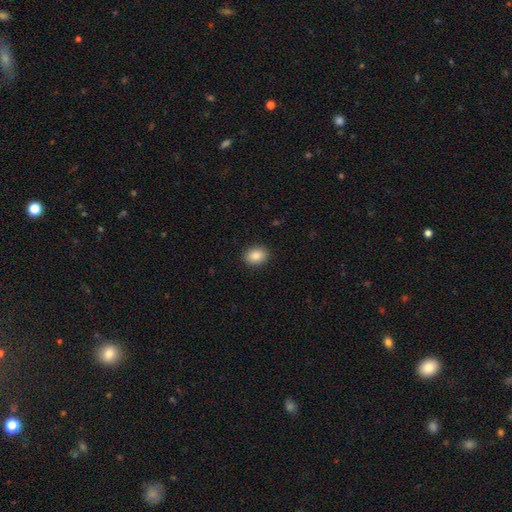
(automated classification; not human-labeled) This appears to be a smooth galaxy with no disk features (87%) that is in between round and cigar-shaped (63%). Merging: none (91%).